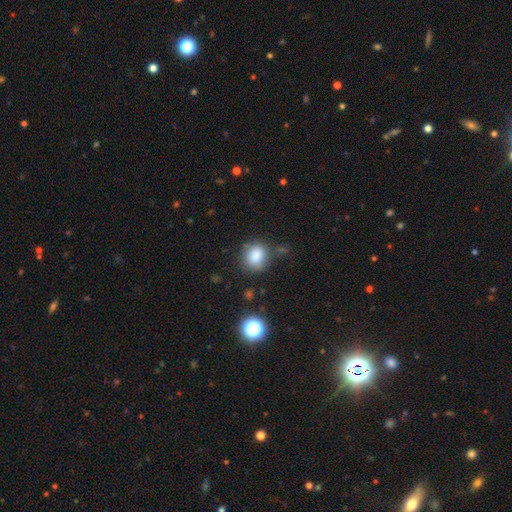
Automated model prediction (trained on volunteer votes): Smooth or featured? smooth (84%)
How rounded? round (59%)
Merging? none (71%)